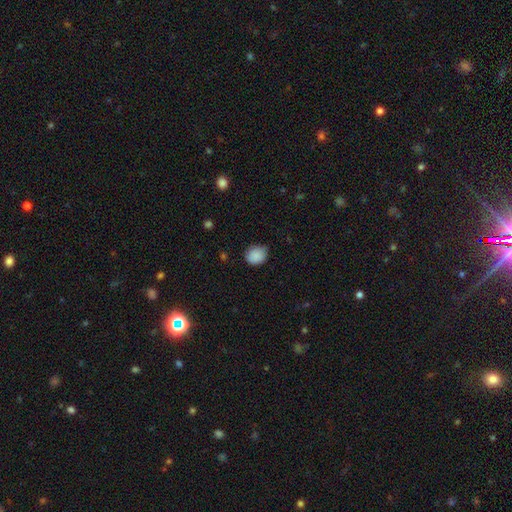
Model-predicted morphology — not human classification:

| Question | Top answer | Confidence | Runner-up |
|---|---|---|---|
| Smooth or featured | smooth | 88% | star or artifact (8%) |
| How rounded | round | 69% | in between (30%) |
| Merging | none | 74% | minor disturbance (21%) |